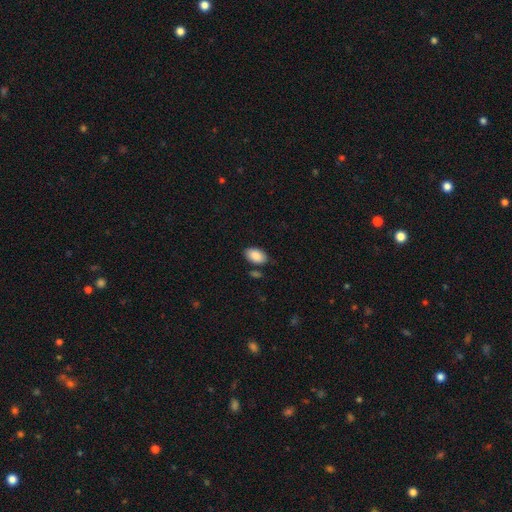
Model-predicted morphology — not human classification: A smooth galaxy with no disk features (89%) that is in between round and cigar-shaped (94%).

Vote fractions:
- Smooth or featured? smooth: 89% / star or artifact: 6% / featured or disk: 5%
- How rounded? in between: 94% / round: 5% / cigar-shaped: 1%
- Merging? none: 79% / minor disturbance: 13% / merger: 5% / major disturbance: 3%